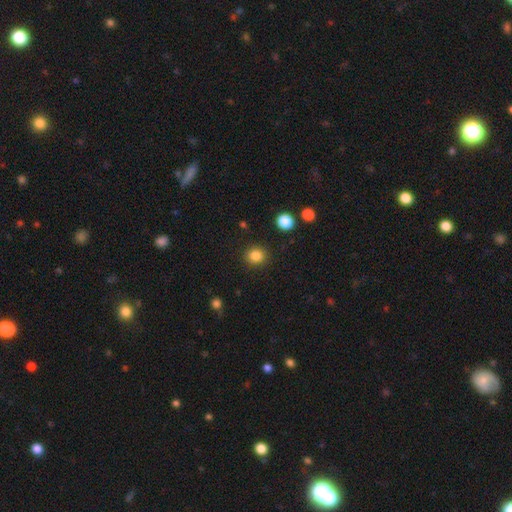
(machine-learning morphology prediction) The model was most divided on "how rounded": round: 85%, in between: 14%, cigar-shaped: 1%. More confident: merging — none (90%); smooth or featured — smooth (85%).